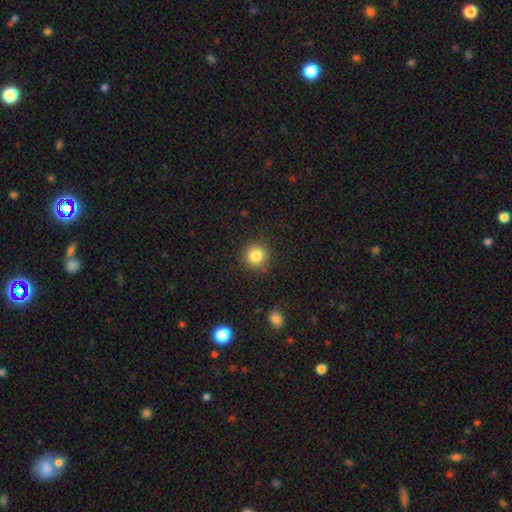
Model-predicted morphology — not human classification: Smooth or featured?
  - smooth: 83% *
  - star or artifact: 11%
  - featured or disk: 6%
How rounded?
  - round: 94% *
  - in between: 5%
  - cigar-shaped: 1%
Merging?
  - none: 88% *
  - minor disturbance: 8%
  - major disturbance: 3%
  - merger: 1%